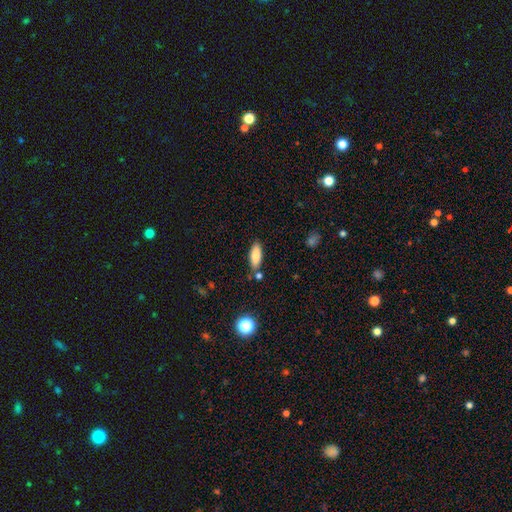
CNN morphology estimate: smooth_or_featured: smooth (p=0.81) [alt: featured or disk p=0.11]
how_rounded: in between (p=0.73) [alt: cigar-shaped p=0.25]
merging: none (p=0.78) [alt: minor disturbance p=0.12]